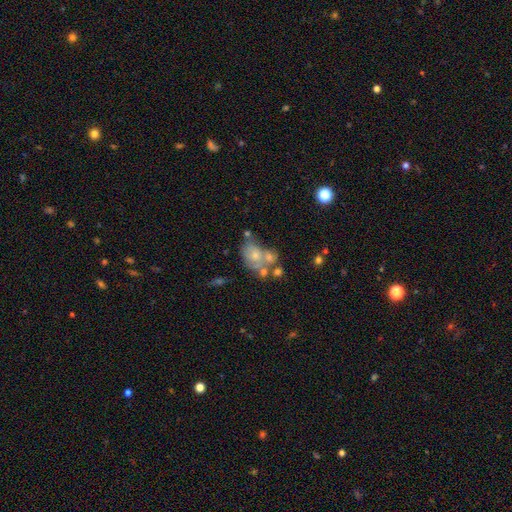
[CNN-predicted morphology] smooth-or-featured: smooth: 45% | featured or disk: 44% | star or artifact: 12%
  merging: merger: 39% | none: 26% | minor disturbance: 18% | major disturbance: 17%